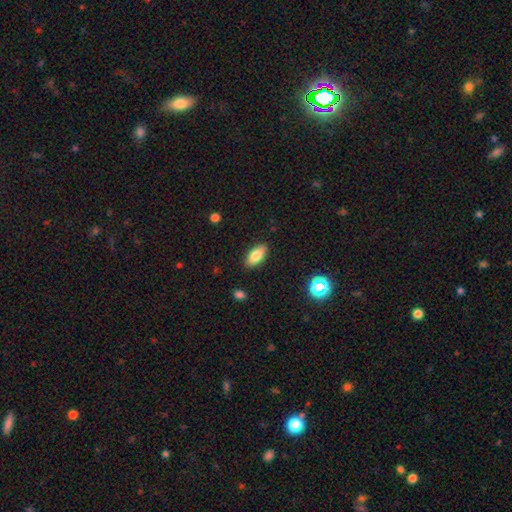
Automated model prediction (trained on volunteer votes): This appears to be a smooth galaxy with no disk features (81%) that is in between round and cigar-shaped (87%). Merging: none (88%).